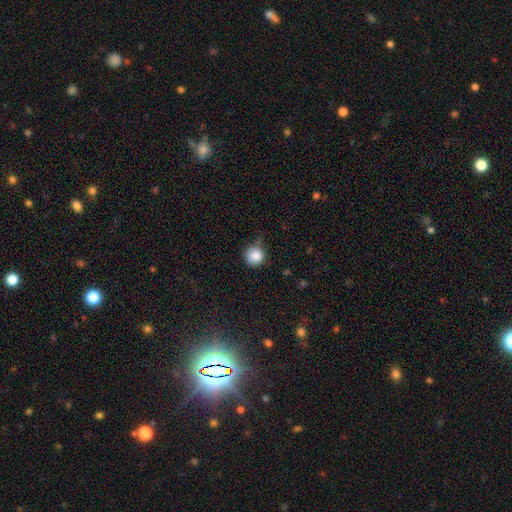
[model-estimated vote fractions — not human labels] smooth-or-featured: smooth: 86% | star or artifact: 9% | featured or disk: 5%
  how-rounded: round: 93% | in between: 6% | cigar-shaped: 1%
  merging: none: 65% | minor disturbance: 27% | major disturbance: 6% | merger: 3%